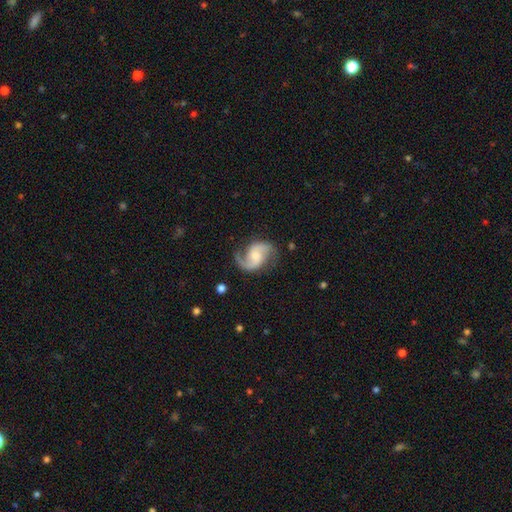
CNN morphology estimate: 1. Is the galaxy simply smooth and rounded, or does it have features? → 88% featured or disk, 7% smooth, 5% star or artifact.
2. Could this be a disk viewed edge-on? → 98% no, 2% yes.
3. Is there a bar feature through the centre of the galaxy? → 48% no, 42% weak, 10% strong.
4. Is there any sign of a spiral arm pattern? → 98% yes, 2% no.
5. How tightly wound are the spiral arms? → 50% medium, 37% loose, 13% tight.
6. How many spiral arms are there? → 90% 2, 5% 1, 2% can't tell, 1% 3, 1% 4, 1% more than 4.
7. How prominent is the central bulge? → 38% moderate, 37% small, 16% none, 8% large, 2% dominant.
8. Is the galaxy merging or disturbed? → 74% none, 16% minor disturbance, 8% major disturbance, 2% merger.